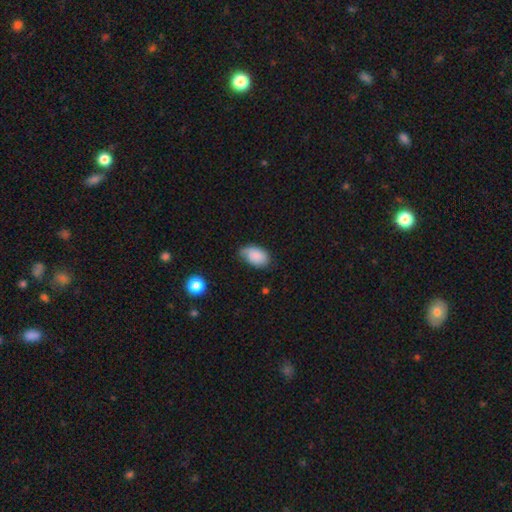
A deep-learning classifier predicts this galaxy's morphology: Smooth or featured: smooth — 83% (featured or disk — 9%)
How rounded: in between — 90% (round — 9%)
Merging: none — 54% (minor disturbance — 36%)